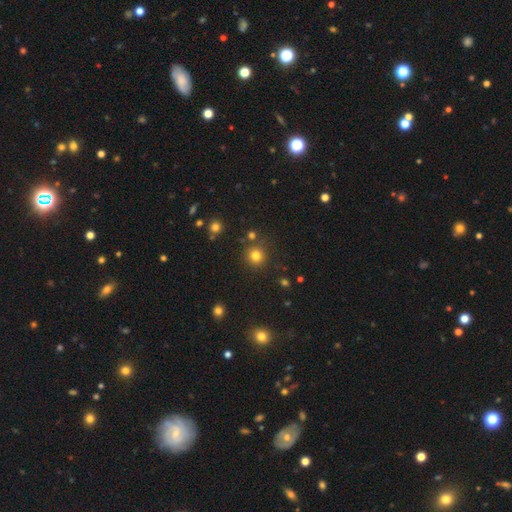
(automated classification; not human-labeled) This is likely a smooth galaxy (79%). How rounded: clearly round (93%). Merging: clearly none (84%).